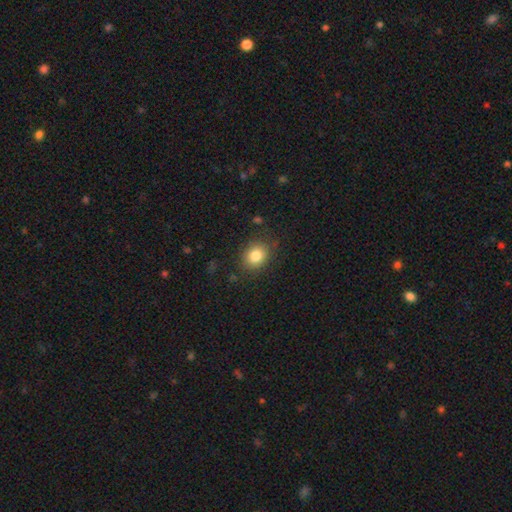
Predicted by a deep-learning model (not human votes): This appears to be a smooth galaxy with no disk features (83%) that is round (63%). Merging: none (84%).